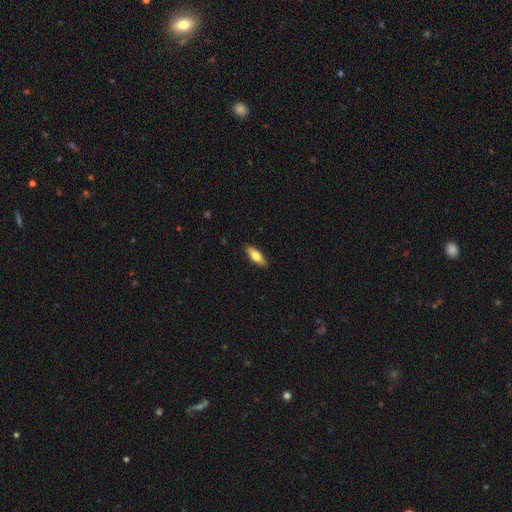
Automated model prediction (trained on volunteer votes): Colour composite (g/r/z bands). It shows a smooth galaxy with no disk features (72%) that is in between round and cigar-shaped (63%). Merging: none (88%).